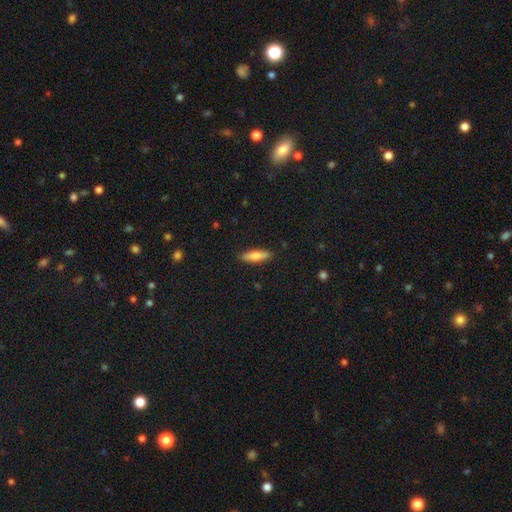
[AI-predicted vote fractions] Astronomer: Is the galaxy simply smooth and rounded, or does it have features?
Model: smooth — 73%.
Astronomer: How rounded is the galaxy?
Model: cigar-shaped — 64%.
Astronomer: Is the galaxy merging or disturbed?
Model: none — 89%.